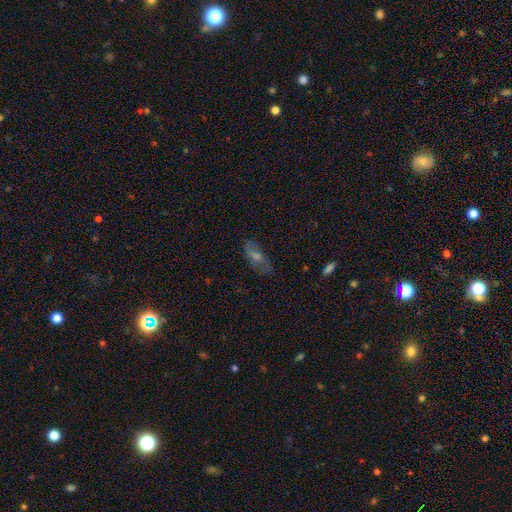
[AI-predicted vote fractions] Morphology: type=featured or disk (51%); edge-on=no (80%); merging=none (76%).